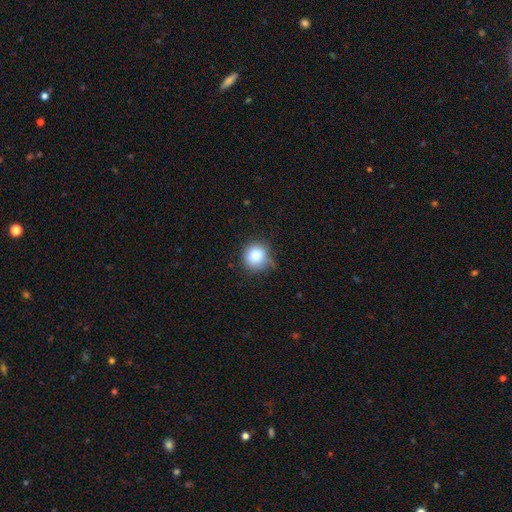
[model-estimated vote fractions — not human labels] smooth 84%, star or artifact 10%, featured or disk 6%. Down the decision tree: how rounded — round (90%); merging — none (69%).